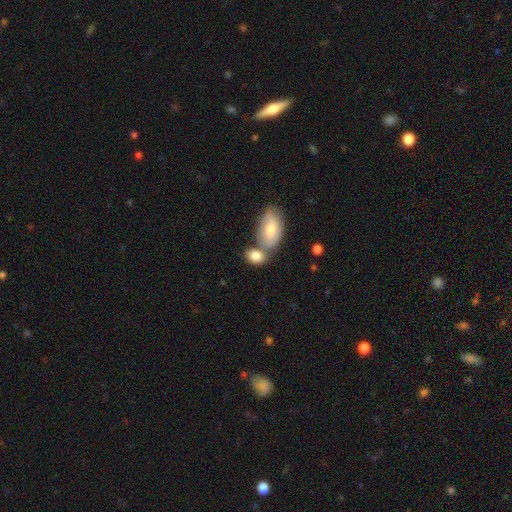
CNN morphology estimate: Smooth or featured?
  - smooth: 82% *
  - featured or disk: 12%
  - star or artifact: 6%
How rounded?
  - in between: 86% *
  - round: 12%
  - cigar-shaped: 3%
Merging?
  - merger: 48% *
  - none: 36%
  - minor disturbance: 12%
  - major disturbance: 4%